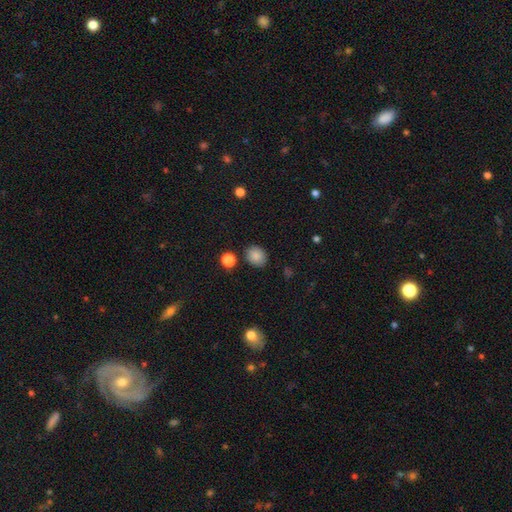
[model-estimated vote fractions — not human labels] smooth 86%, star or artifact 10%, featured or disk 4%. Down the decision tree: how rounded — round (64%); merging — none (83%).